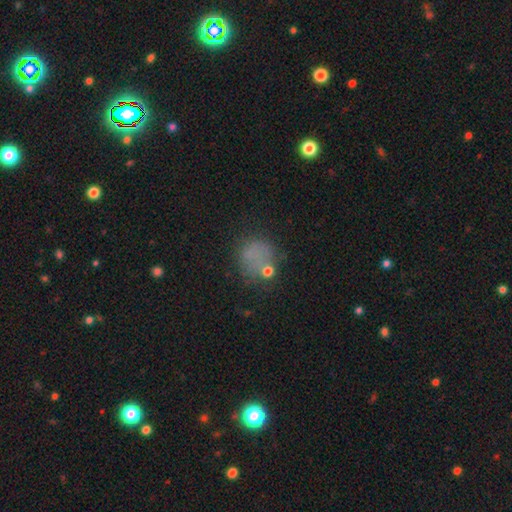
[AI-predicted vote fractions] This appears to be a smooth galaxy with no disk features (60%) that is round (82%). Merging: none (58%).